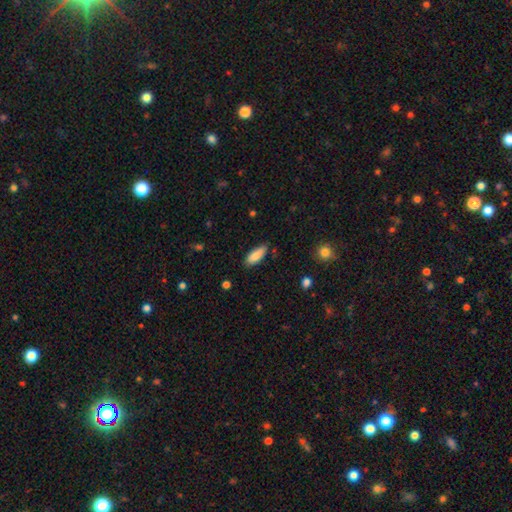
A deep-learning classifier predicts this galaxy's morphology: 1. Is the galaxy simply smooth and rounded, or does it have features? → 86% smooth, 8% featured or disk, 6% star or artifact.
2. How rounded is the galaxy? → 78% in between, 21% cigar-shaped, 2% round.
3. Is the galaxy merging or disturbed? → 78% none, 18% minor disturbance, 3% major disturbance, 1% merger.